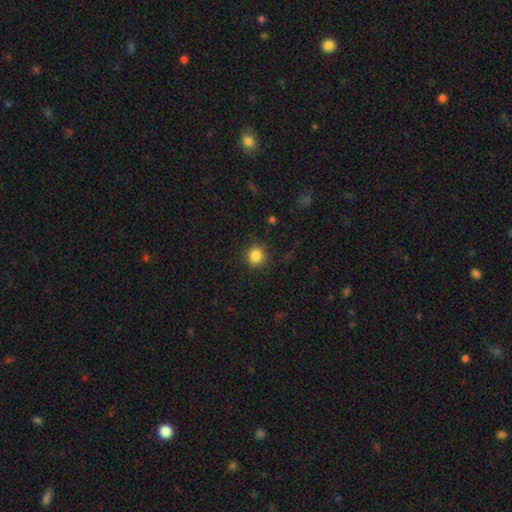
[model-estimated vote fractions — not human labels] Smooth or featured?
  - smooth: 85% *
  - star or artifact: 11%
  - featured or disk: 4%
How rounded?
  - round: 90% *
  - in between: 9%
  - cigar-shaped: 1%
Merging?
  - none: 88% *
  - minor disturbance: 8%
  - major disturbance: 3%
  - merger: 1%